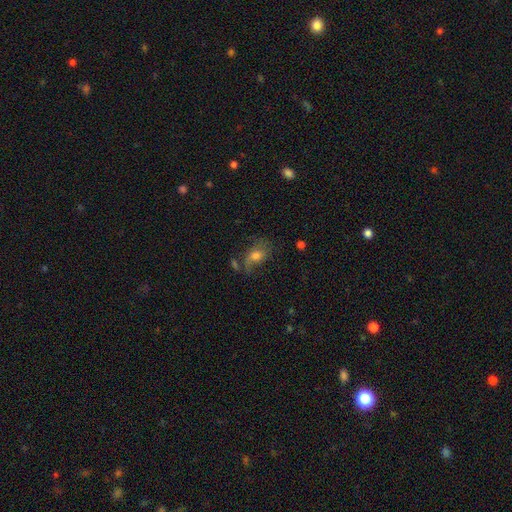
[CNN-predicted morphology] Smooth or featured? smooth (58%)
How rounded? in between (71%)
Merging? none (44%)